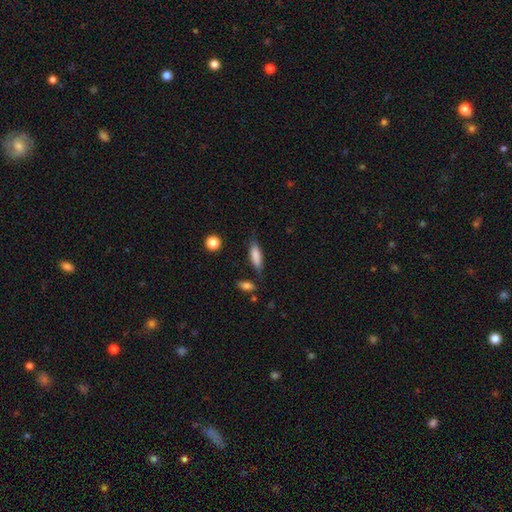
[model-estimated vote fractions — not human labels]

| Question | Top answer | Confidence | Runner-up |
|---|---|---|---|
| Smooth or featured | smooth | 82% | featured or disk (12%) |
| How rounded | in between | 50% | cigar-shaped (48%) |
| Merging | none | 73% | minor disturbance (18%) |